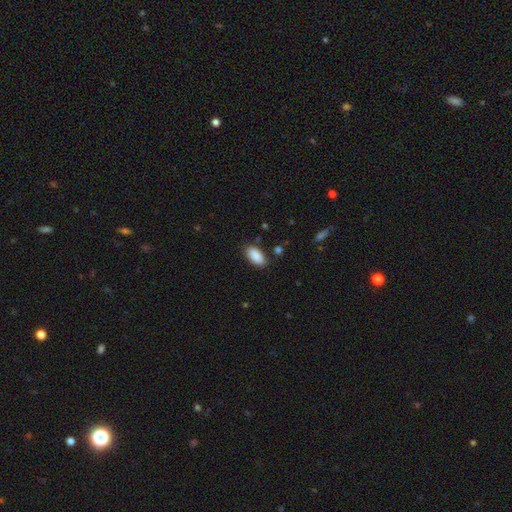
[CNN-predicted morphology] smooth_or_featured: smooth (p=0.90) [alt: star or artifact p=0.07]
how_rounded: in between (p=0.93) [alt: cigar-shaped p=0.05]
merging: none (p=0.86) [alt: minor disturbance p=0.10]